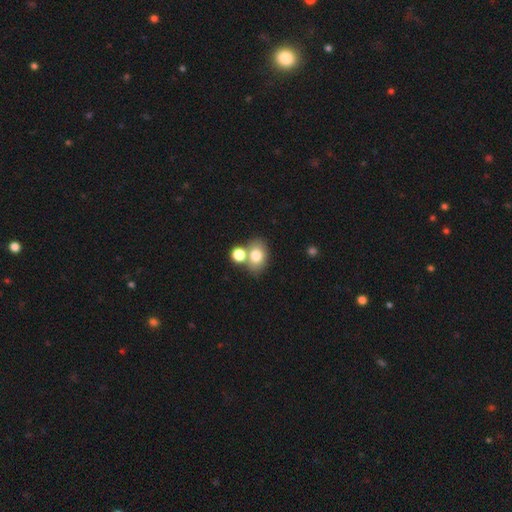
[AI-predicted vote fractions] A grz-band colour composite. It shows a smooth galaxy with no disk features (76%) that is in between round and cigar-shaped (66%). Merging: none (55%).